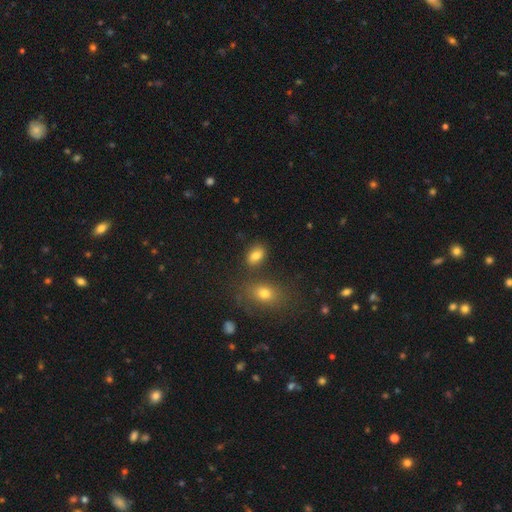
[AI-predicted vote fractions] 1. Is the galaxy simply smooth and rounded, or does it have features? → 81% smooth, 11% star or artifact, 8% featured or disk.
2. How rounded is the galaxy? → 85% in between, 14% round, 2% cigar-shaped.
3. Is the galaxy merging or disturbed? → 74% none, 12% minor disturbance, 10% merger, 4% major disturbance.